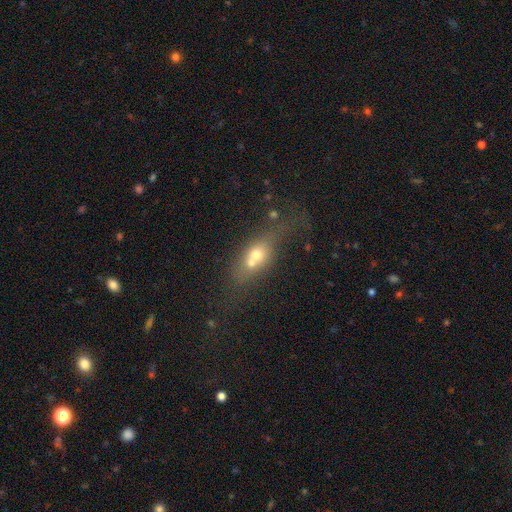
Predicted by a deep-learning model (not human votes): smooth 55%, featured or disk 32%, star or artifact 13%. Down the decision tree: how rounded — in between (53%); merging — merger (55%).